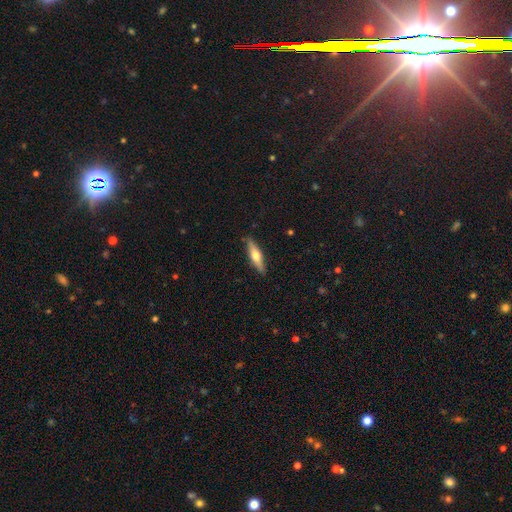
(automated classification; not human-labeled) This appears to be a smooth galaxy with no disk features (48%). Merging: none (87%).